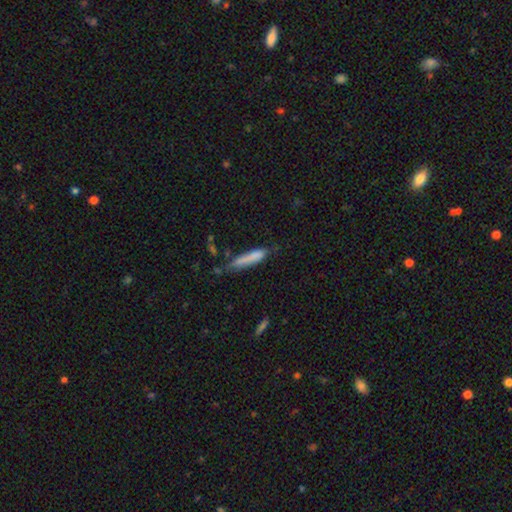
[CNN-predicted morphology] A smooth galaxy with no disk features (75%) that is cigar-shaped (89%). Merging: none (58%).